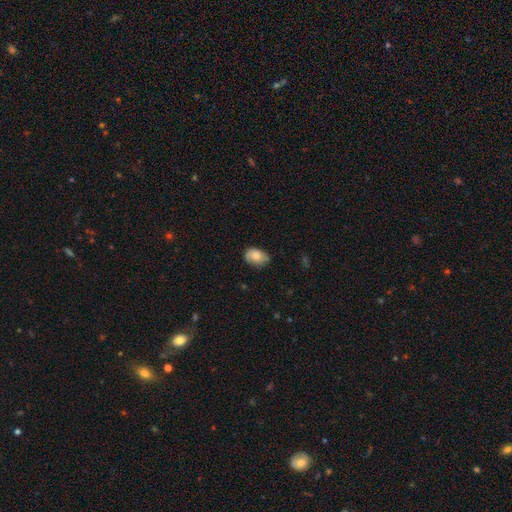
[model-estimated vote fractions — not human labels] Morphology: type=smooth (79%); roundness=in between (82%); merging=none (66%).